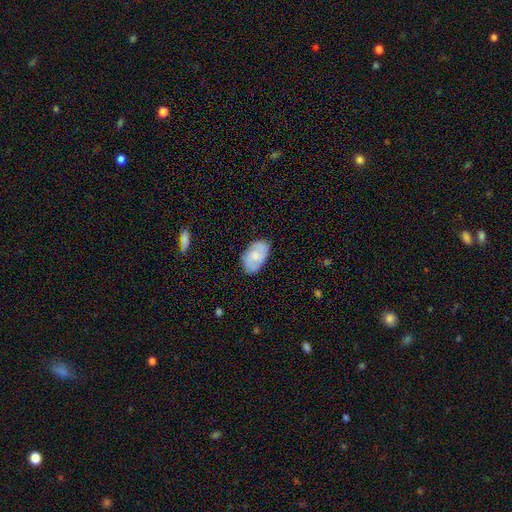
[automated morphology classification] Smooth or featured? smooth (62%)
How rounded? in between (92%)
Merging? none (79%)